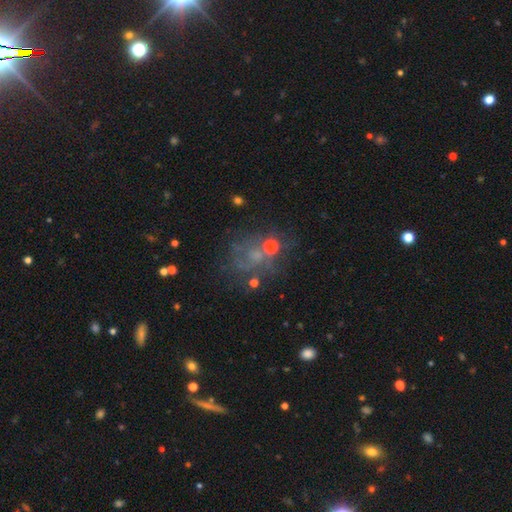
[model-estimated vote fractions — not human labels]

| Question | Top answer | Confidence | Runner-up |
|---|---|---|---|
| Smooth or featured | featured or disk | 35% | star or artifact (34%) |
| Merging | none | 48% | major disturbance (22%) |